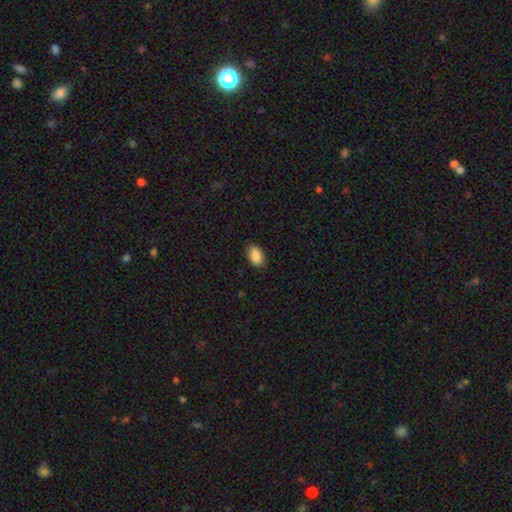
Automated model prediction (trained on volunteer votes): Smooth or featured? Predicted: smooth (p=0.88). How rounded? Predicted: in between (p=0.92). Merging? Predicted: none (p=0.83).